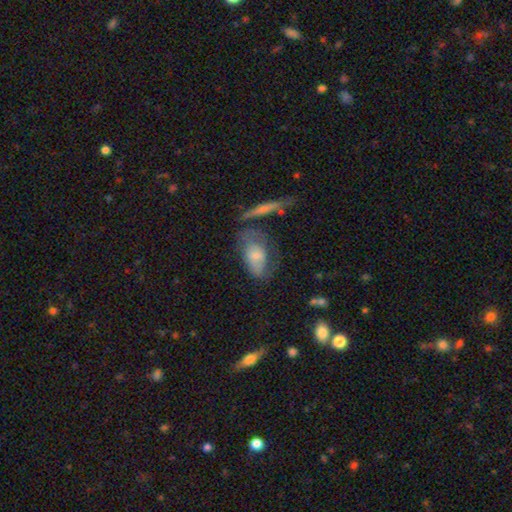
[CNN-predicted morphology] Smooth or featured? smooth (60%)
How rounded? in between (86%)
Merging? none (40%)